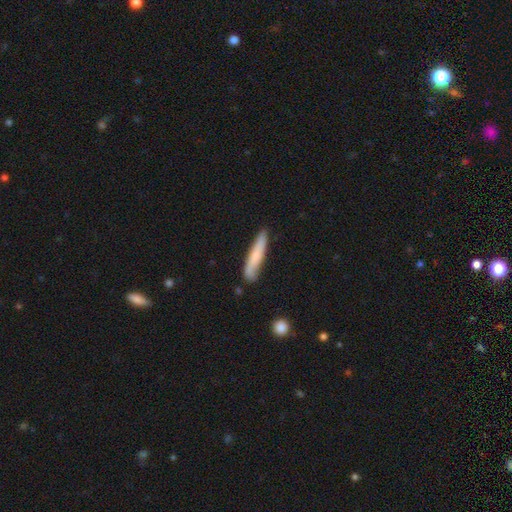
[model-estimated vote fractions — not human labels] Q: Smooth or featured?
A: smooth (71%); runner-up: featured or disk (24%)
Q: How rounded?
A: cigar-shaped (91%); runner-up: in between (8%)
Q: Merging?
A: none (78%); runner-up: minor disturbance (17%)